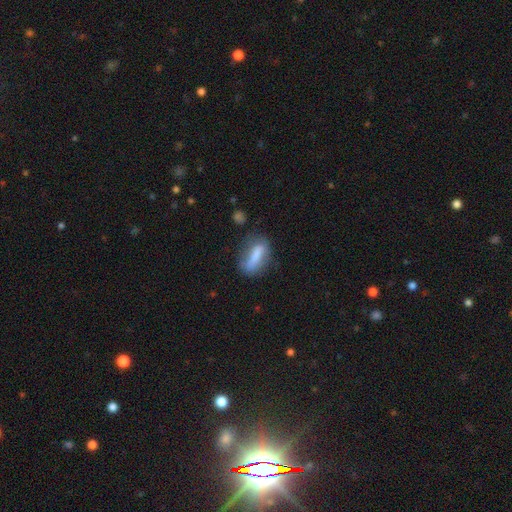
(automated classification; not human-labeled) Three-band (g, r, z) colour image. It shows a smooth galaxy with no disk features (69%) that is in between round and cigar-shaped (60%). Merging: none (53%).